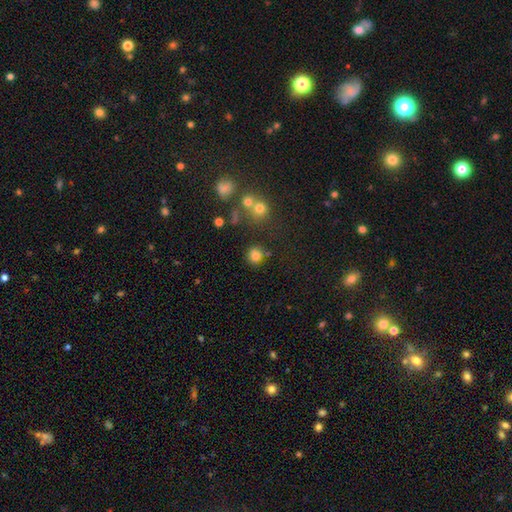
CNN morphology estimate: A smooth galaxy with no disk features (77%) that is round (86%).

Vote fractions:
- Smooth or featured? smooth: 77% / star or artifact: 15% / featured or disk: 8%
- How rounded? round: 86% / in between: 13% / cigar-shaped: 1%
- Merging? none: 74% / merger: 11% / minor disturbance: 11% / major disturbance: 4%